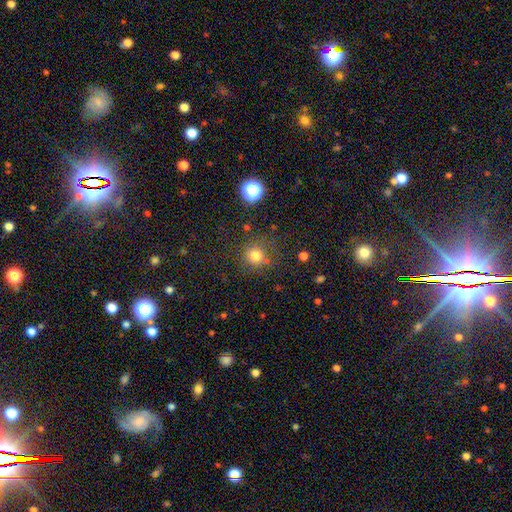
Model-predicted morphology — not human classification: Smooth or featured?
  - smooth: 76% *
  - star or artifact: 17%
  - featured or disk: 7%
How rounded?
  - round: 90% *
  - in between: 9%
  - cigar-shaped: 1%
Merging?
  - none: 75% *
  - minor disturbance: 14%
  - major disturbance: 7%
  - merger: 4%